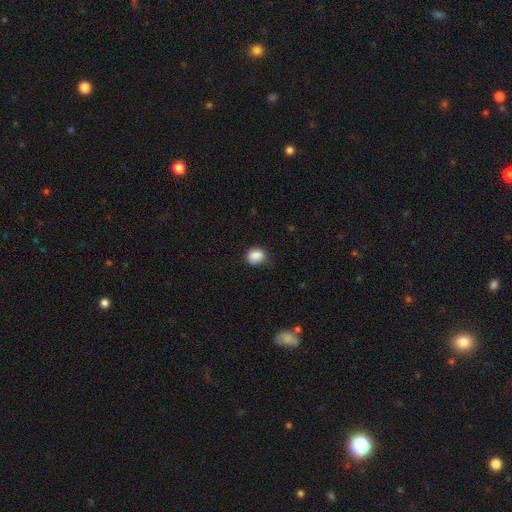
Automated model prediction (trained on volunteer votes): A smooth galaxy with no disk features (87%) that is round (68%). Merging: none (69%).